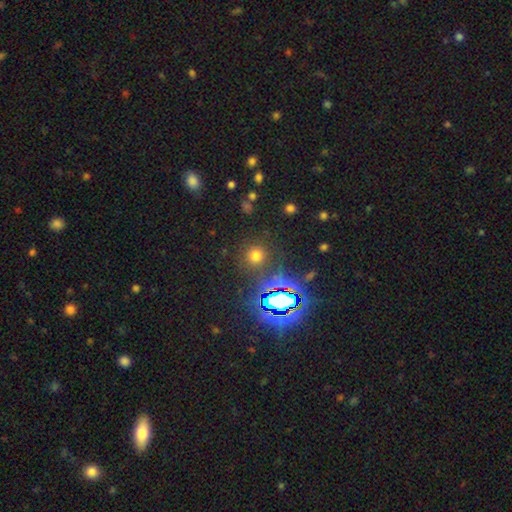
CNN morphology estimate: A smooth galaxy with no disk features (63%) that is round (92%).

Vote fractions:
- Smooth or featured? smooth: 63% / star or artifact: 31% / featured or disk: 7%
- How rounded? round: 92% / in between: 7% / cigar-shaped: 1%
- Merging? none: 85% / minor disturbance: 8% / major disturbance: 4% / merger: 3%